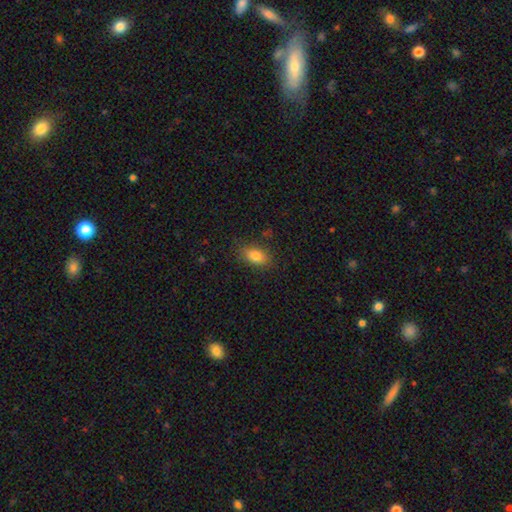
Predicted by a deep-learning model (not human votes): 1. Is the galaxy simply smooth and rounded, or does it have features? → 82% smooth, 9% star or artifact, 9% featured or disk.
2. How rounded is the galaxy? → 86% in between, 10% round, 4% cigar-shaped.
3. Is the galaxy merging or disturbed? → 82% none, 13% minor disturbance, 3% major disturbance, 1% merger.